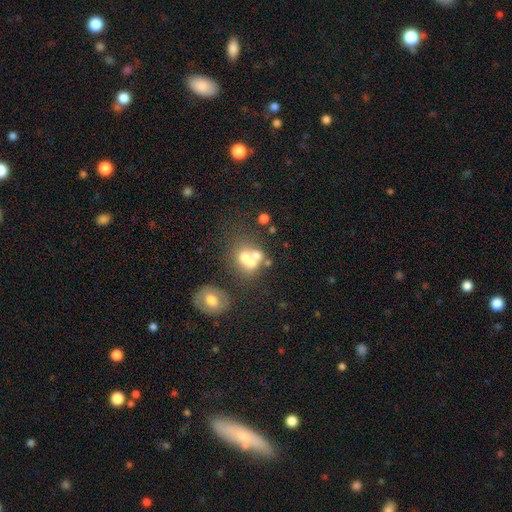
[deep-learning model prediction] This is possibly a smooth galaxy (54%). How rounded: likely round (67%). Merging: possibly merger (54%).